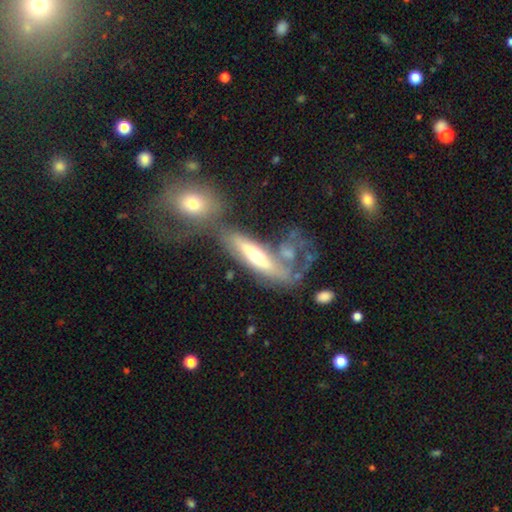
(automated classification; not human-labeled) featured or disk 60%, smooth 32%, star or artifact 8%. Down the decision tree: edge-on disk — yes (51%); merging — merger (37%).